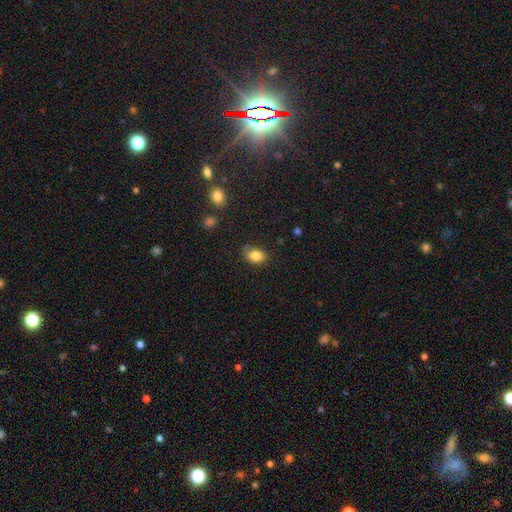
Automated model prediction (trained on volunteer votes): The model was most divided on "merging": none: 65%, minor disturbance: 26%, major disturbance: 6%, merger: 3%. More confident: smooth or featured — smooth (84%); how rounded — in between (70%).